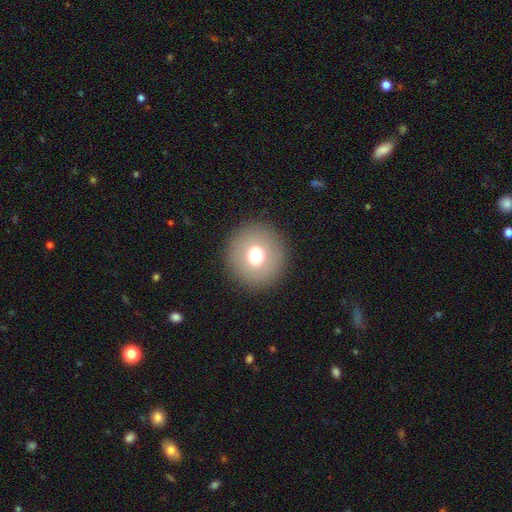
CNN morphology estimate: Smooth or featured: smooth — 71% (featured or disk — 16%)
How rounded: round — 94% (in between — 5%)
Merging: none — 91% (minor disturbance — 5%)